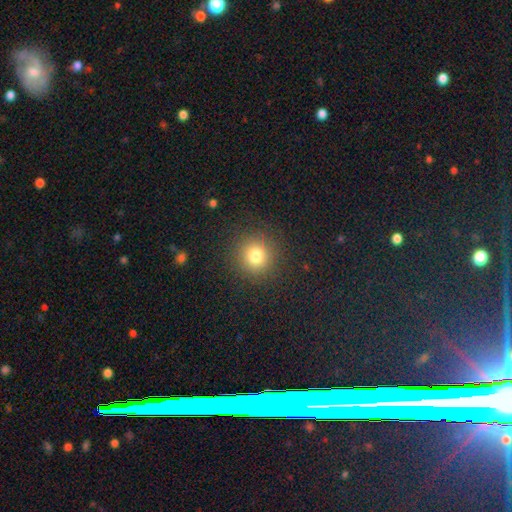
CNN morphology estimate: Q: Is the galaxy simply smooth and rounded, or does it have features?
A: smooth — 79%.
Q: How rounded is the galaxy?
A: round — 93%.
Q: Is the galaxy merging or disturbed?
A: none — 90%.